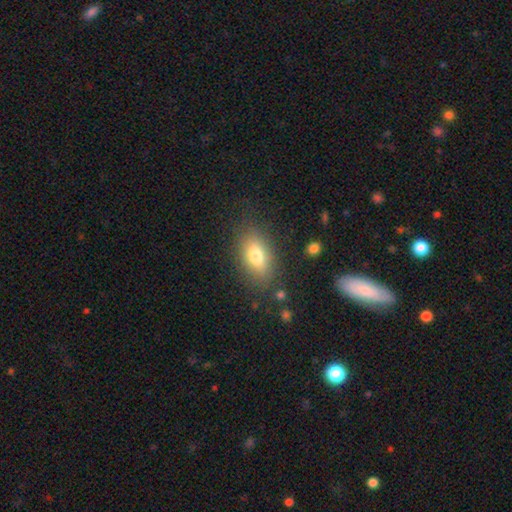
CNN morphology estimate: smooth-or-featured: smooth: 75% | featured or disk: 16% | star or artifact: 9%
  how-rounded: in between: 86% | round: 10% | cigar-shaped: 5%
  merging: none: 80% | minor disturbance: 13% | major disturbance: 5% | merger: 2%